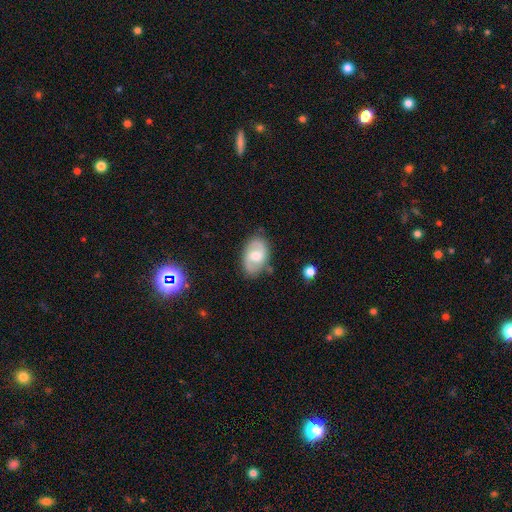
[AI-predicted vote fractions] Smooth or featured? featured or disk (66%)
Edge-on disk? no (96%)
Bar? weak (51%)
Spiral arms? yes (84%)
Spiral winding? medium (50%)
Spiral arm count? 2 (86%)
Bulge size? moderate (68%)
Merging? none (77%)